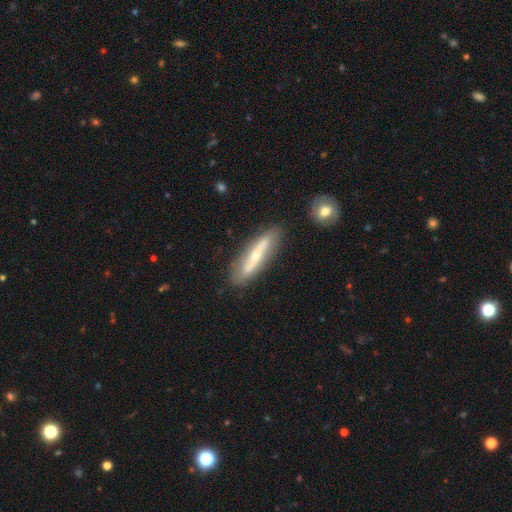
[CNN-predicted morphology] The model was most divided on "edge-on disk": yes: 64%, no: 36%. More confident: merging — none (82%); smooth or featured — featured or disk (65%).